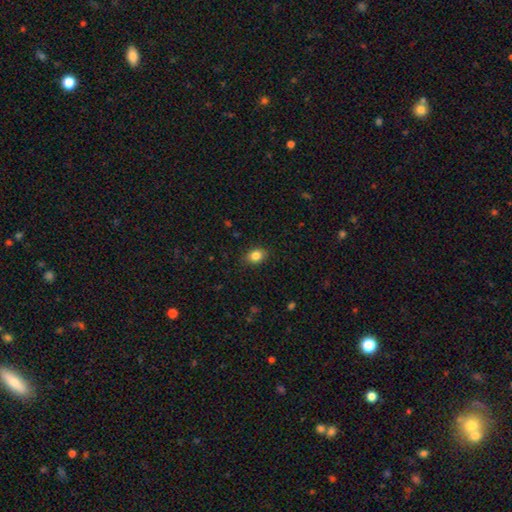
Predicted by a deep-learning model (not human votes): This appears to be a smooth galaxy with no disk features (85%) that is in between round and cigar-shaped (57%). Merging: none (86%).